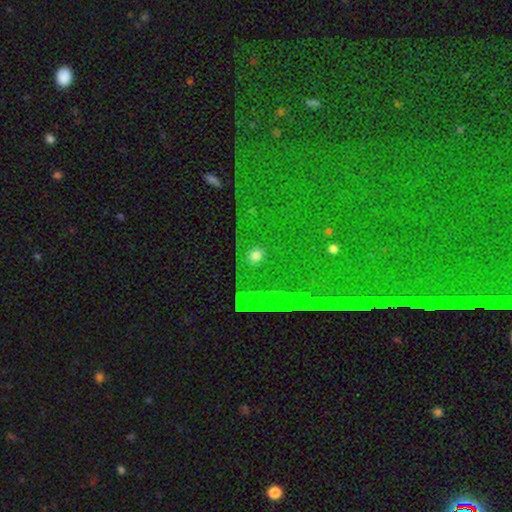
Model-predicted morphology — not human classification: Smooth or featured: smooth — 53% (star or artifact — 32%)
How rounded: round — 73% (in between — 24%)
Merging: none — 67% (minor disturbance — 14%)